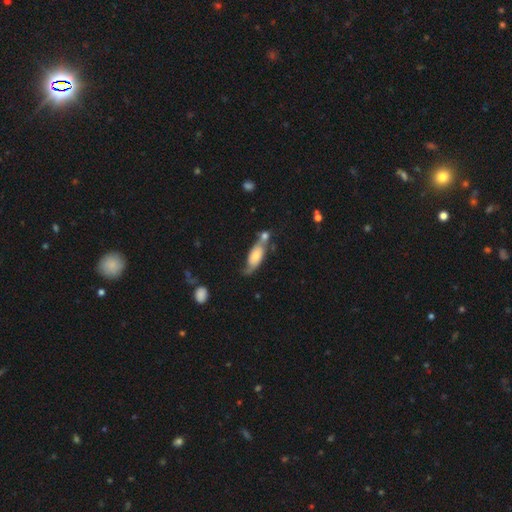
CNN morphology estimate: This appears to be a smooth galaxy with no disk features (48%). Merging: none (38%).